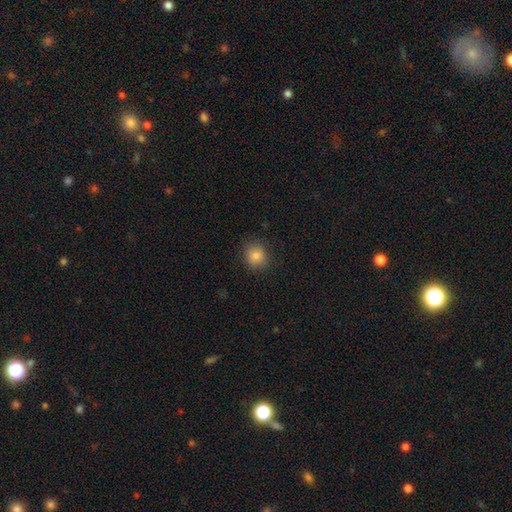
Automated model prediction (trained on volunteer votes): Smooth or featured? smooth (83%)
How rounded? round (83%)
Merging? none (86%)